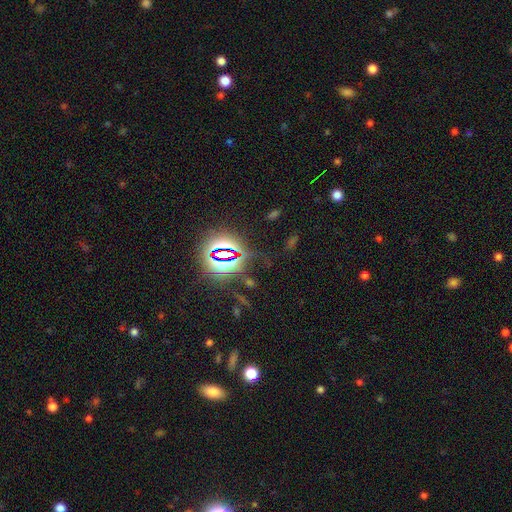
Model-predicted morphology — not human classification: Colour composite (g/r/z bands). It shows a star or artifact, not a galaxy (82%).